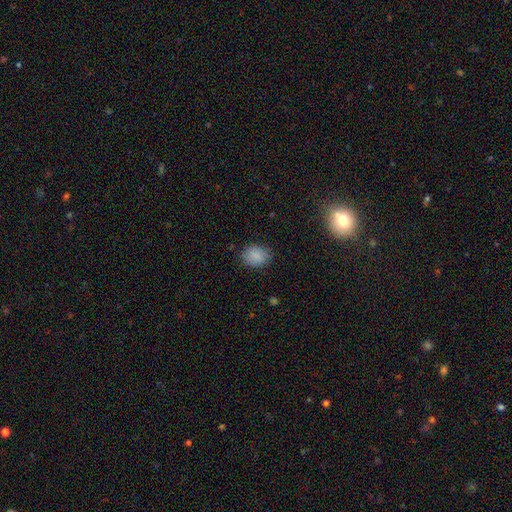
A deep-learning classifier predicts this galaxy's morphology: This is clearly a smooth galaxy (87%). How rounded: possibly in between (53%). Merging: clearly none (81%).